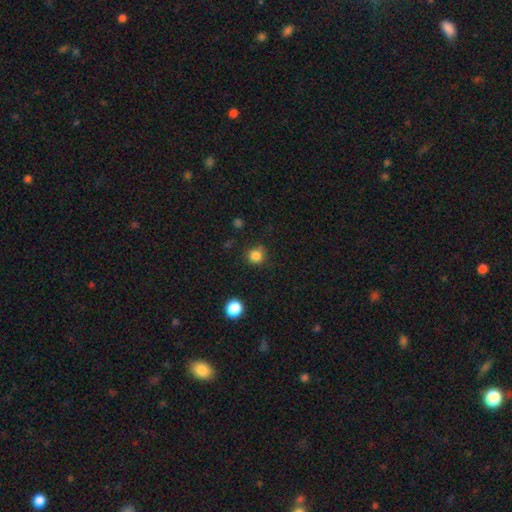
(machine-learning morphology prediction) This appears to be a smooth galaxy with no disk features (83%) that is round (91%). Merging: none (83%).